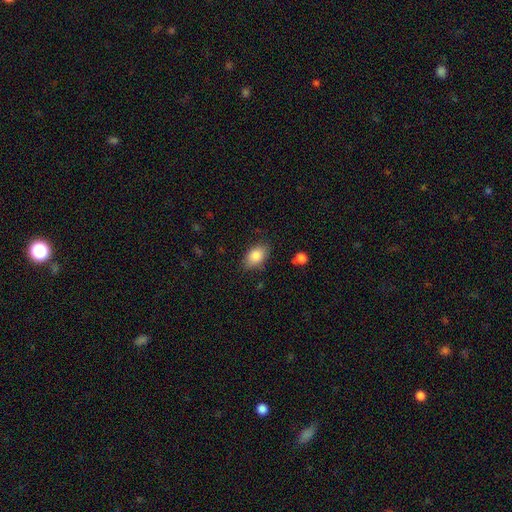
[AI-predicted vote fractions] A smooth galaxy with no disk features (86%) that is in between round and cigar-shaped (88%). Merging: none (82%).